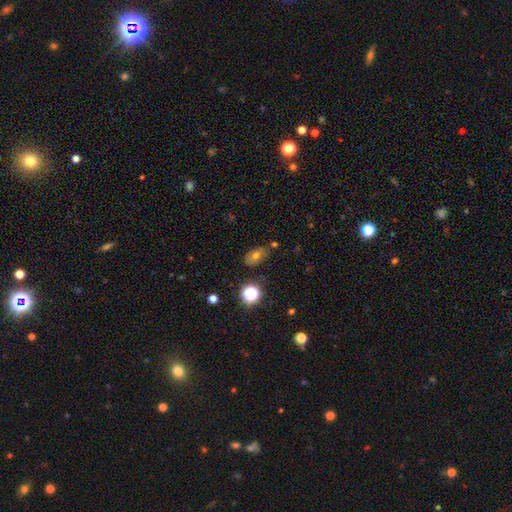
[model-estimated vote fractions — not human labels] Smooth or featured?
  - smooth: 59% *
  - star or artifact: 22%
  - featured or disk: 20%
How rounded?
  - in between: 80% *
  - round: 17%
  - cigar-shaped: 4%
Merging?
  - none: 70% *
  - minor disturbance: 18%
  - merger: 6%
  - major disturbance: 5%